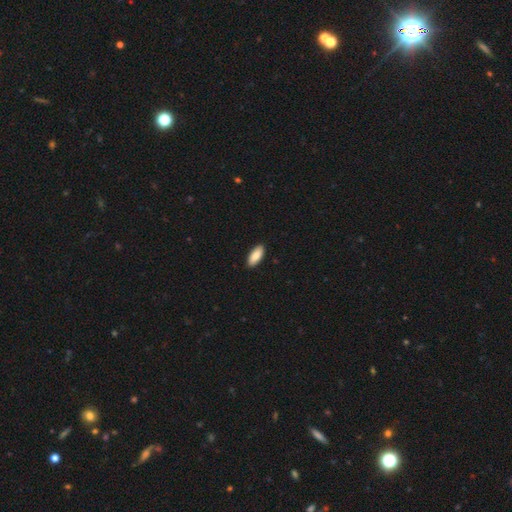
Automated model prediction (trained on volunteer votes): Smooth or featured?
  - smooth: 86% *
  - featured or disk: 8%
  - star or artifact: 6%
How rounded?
  - in between: 83% *
  - cigar-shaped: 15%
  - round: 2%
Merging?
  - none: 91% *
  - minor disturbance: 7%
  - major disturbance: 1%
  - merger: 1%